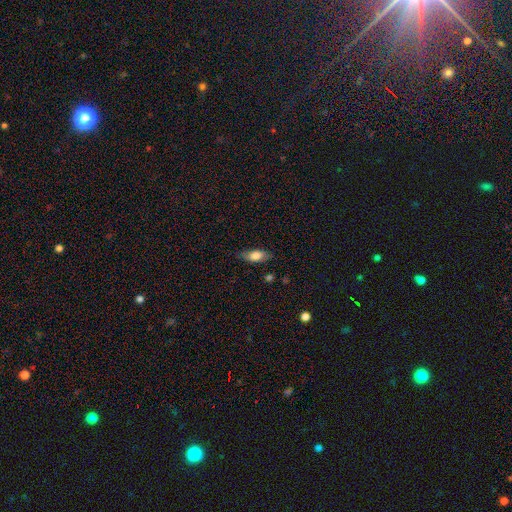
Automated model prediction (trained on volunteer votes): The model was most divided on "smooth or featured": smooth: 74%, featured or disk: 19%, star or artifact: 7%. More confident: how rounded — in between (79%); merging — none (75%).